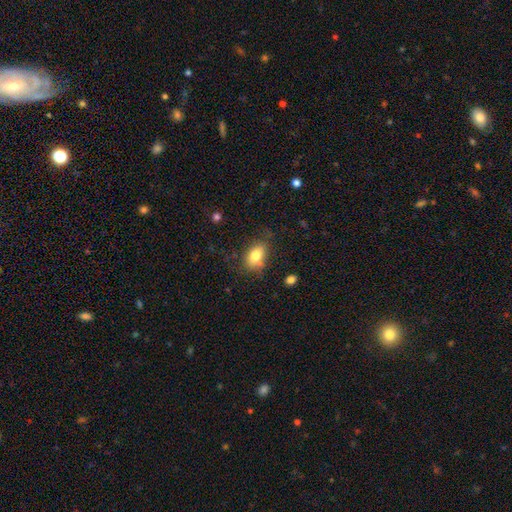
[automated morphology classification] This is likely a smooth galaxy (80%). How rounded: clearly in between (83%). Merging: likely none (66%).